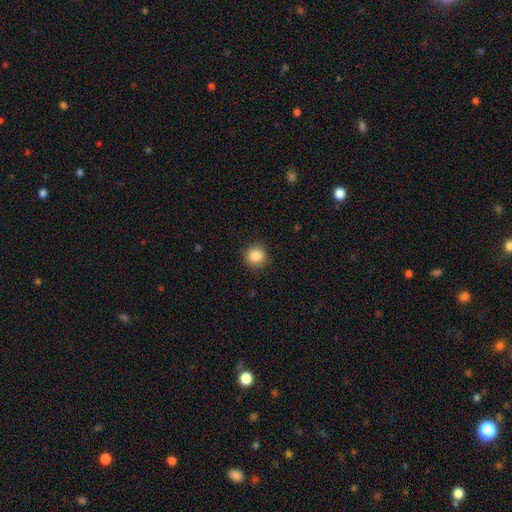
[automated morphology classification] This is clearly a smooth galaxy (86%). How rounded: clearly round (93%). Merging: clearly none (88%).